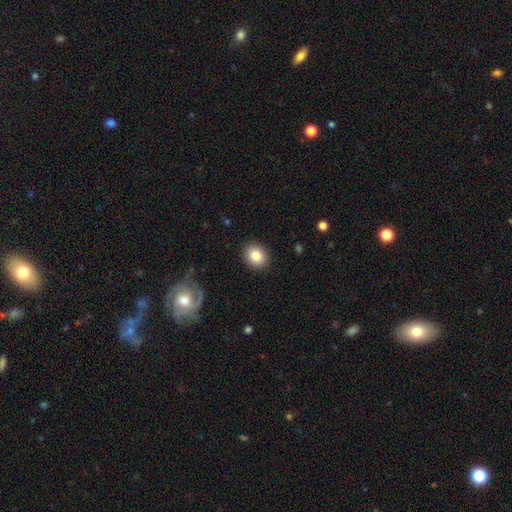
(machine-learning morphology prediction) This is clearly a smooth galaxy (85%). How rounded: likely round (60%). Merging: clearly none (90%).